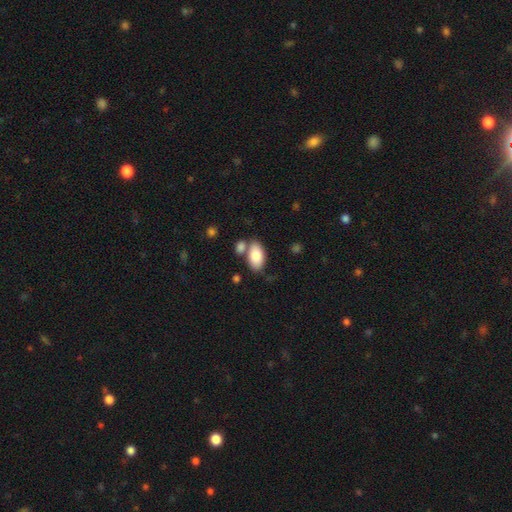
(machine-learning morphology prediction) Q: Smooth or featured?
A: smooth (82%); runner-up: featured or disk (12%)
Q: How rounded?
A: in between (94%); runner-up: round (4%)
Q: Merging?
A: none (60%); runner-up: merger (23%)